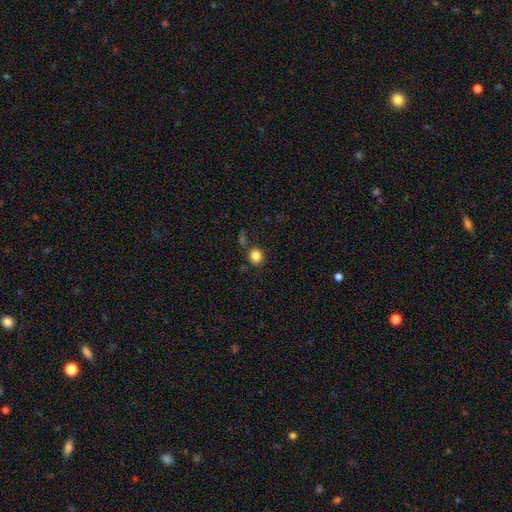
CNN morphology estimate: Smooth or featured: smooth — 85% (star or artifact — 11%)
How rounded: round — 84% (in between — 15%)
Merging: none — 78% (minor disturbance — 11%)